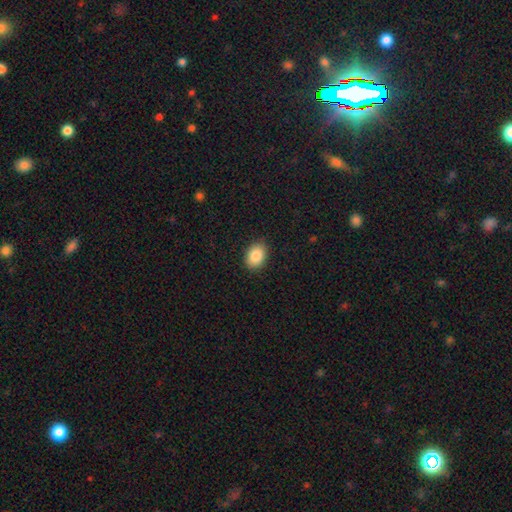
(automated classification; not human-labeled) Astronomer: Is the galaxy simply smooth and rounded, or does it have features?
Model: smooth — 87%.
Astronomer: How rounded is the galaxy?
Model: in between — 76%.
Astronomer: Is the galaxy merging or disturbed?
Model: none — 89%.